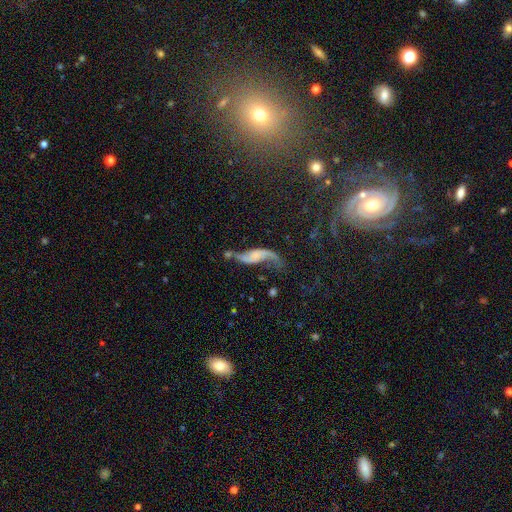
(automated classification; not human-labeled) smooth-or-featured: featured or disk: 79% | smooth: 13% | star or artifact: 8%
  disk-edge-on: no: 90% | yes: 10%
    bar: no: 60% | weak: 29% | strong: 11%
    has-spiral-arms: yes: 93% | no: 7%
      spiral-winding: loose: 90% | medium: 7% | tight: 3%
      spiral-arm-count: 2: 90% | 1: 5% | can't tell: 2% | 3: 1% | 4: 1% | more than 4: 1%
    bulge-size: small: 41% | none: 37% | moderate: 16% | large: 4% | dominant: 2%
  merging: none: 47% | minor disturbance: 22% | major disturbance: 18% | merger: 13%